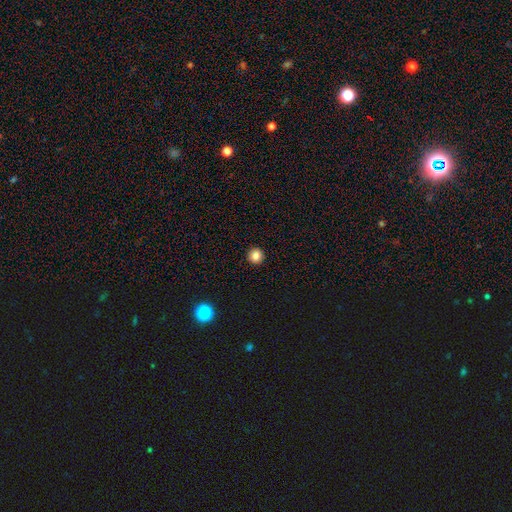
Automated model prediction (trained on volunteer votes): Morphology: type=smooth (84%); roundness=round (94%); merging=none (93%).